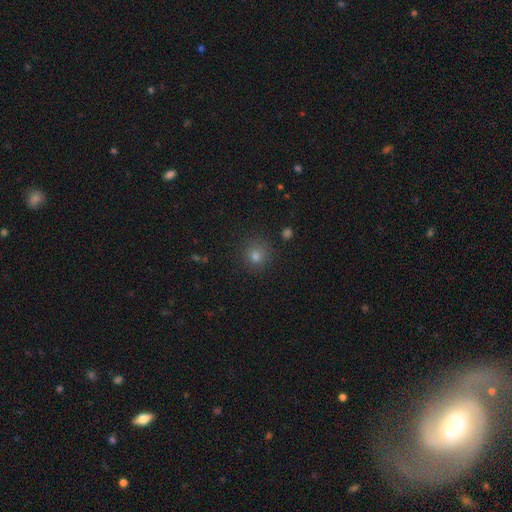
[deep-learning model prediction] Smooth or featured?
  - smooth: 75% *
  - star or artifact: 19%
  - featured or disk: 6%
How rounded?
  - round: 91% *
  - in between: 8%
  - cigar-shaped: 1%
Merging?
  - none: 86% *
  - minor disturbance: 9%
  - major disturbance: 3%
  - merger: 2%